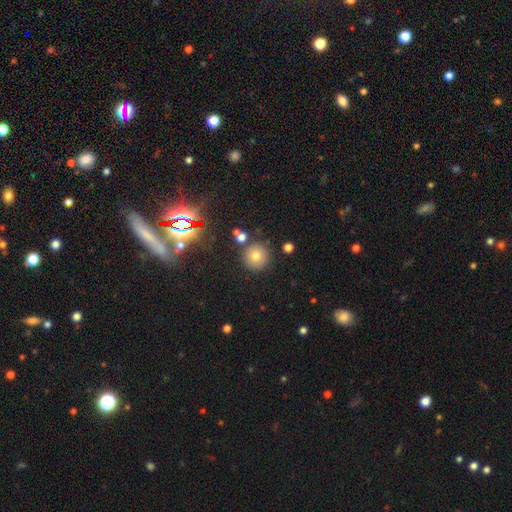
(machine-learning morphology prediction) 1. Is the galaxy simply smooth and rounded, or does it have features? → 73% smooth, 17% star or artifact, 10% featured or disk.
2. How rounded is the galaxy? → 95% round, 4% in between, 1% cigar-shaped.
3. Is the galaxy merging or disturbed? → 84% none, 8% minor disturbance, 6% merger, 3% major disturbance.